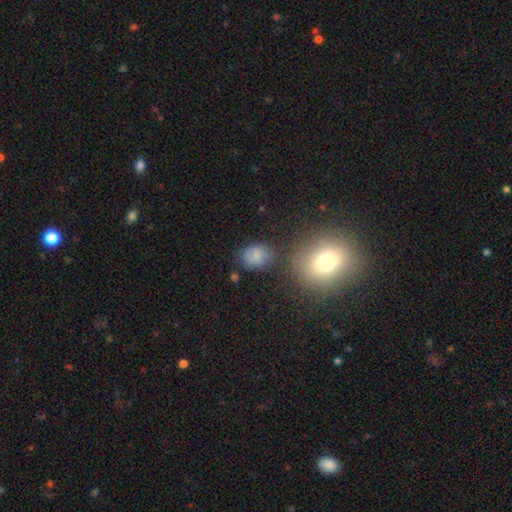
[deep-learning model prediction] Smooth or featured? smooth (72%)
How rounded? in between (56%)
Merging? none (65%)